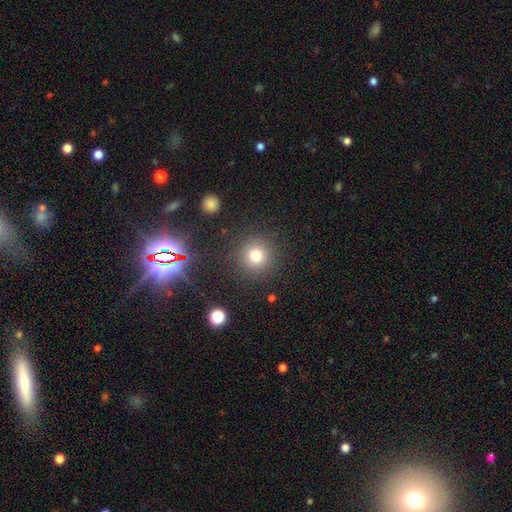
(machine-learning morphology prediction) Smooth or featured? smooth (76%)
How rounded? round (94%)
Merging? none (89%)